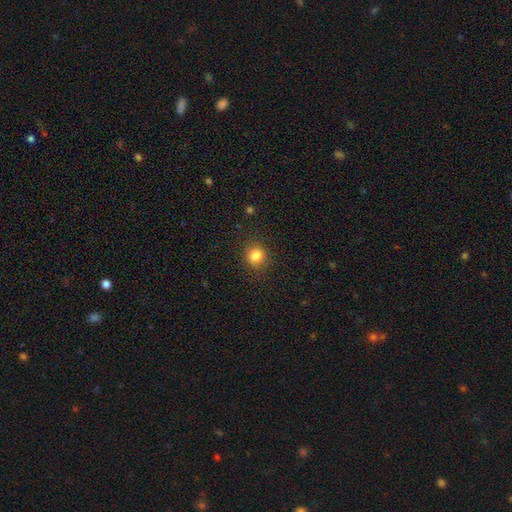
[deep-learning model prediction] Smooth or featured: smooth — 83% (star or artifact — 12%)
How rounded: round — 89% (in between — 11%)
Merging: none — 88% (minor disturbance — 8%)